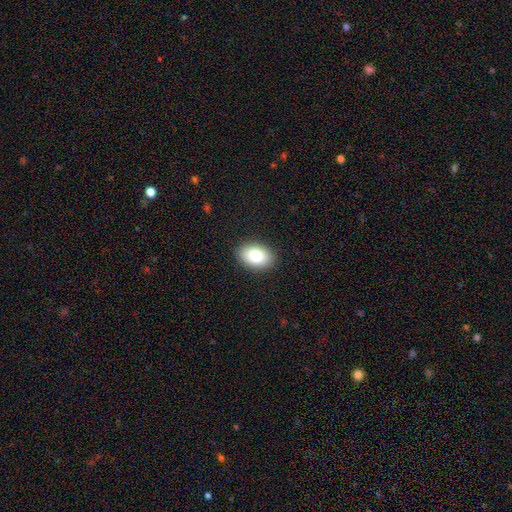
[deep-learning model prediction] smooth_or_featured: smooth (p=0.79) [alt: featured or disk p=0.13]
how_rounded: in between (p=0.83) [alt: round p=0.16]
merging: none (p=0.89) [alt: minor disturbance p=0.08]